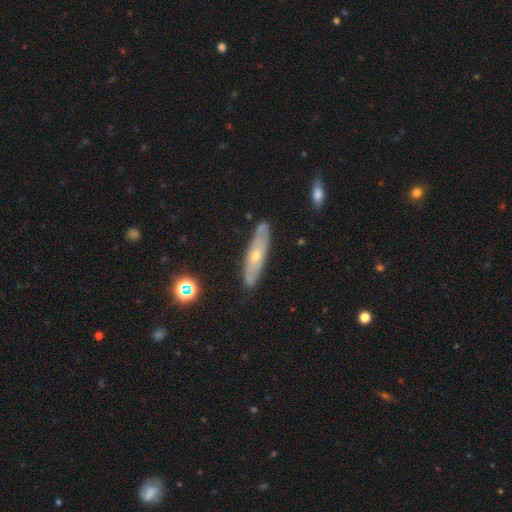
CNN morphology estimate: The model was most divided on "edge-on disk": no: 55%, yes: 45%. More confident: merging — none (82%); smooth or featured — featured or disk (61%).